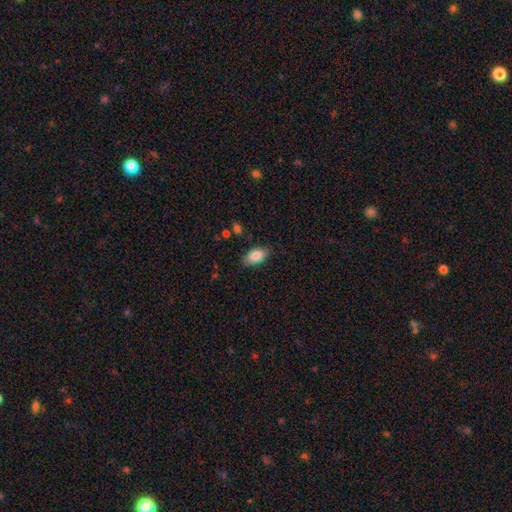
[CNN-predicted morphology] Smooth or featured?
  - smooth: 86% *
  - featured or disk: 7%
  - star or artifact: 7%
How rounded?
  - in between: 92% *
  - round: 5%
  - cigar-shaped: 3%
Merging?
  - none: 82% *
  - minor disturbance: 14%
  - major disturbance: 3%
  - merger: 1%